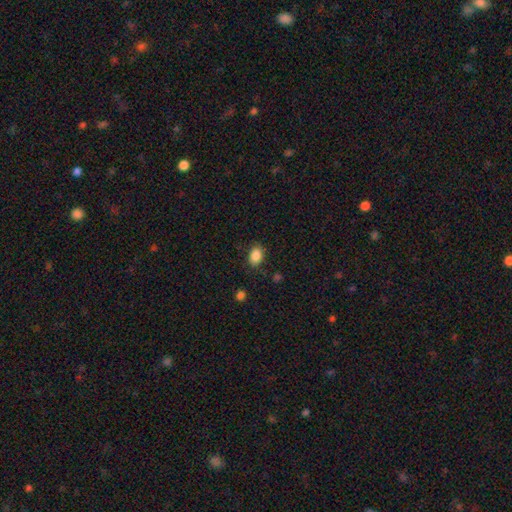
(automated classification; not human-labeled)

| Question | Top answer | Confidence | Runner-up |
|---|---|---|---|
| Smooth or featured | smooth | 87% | star or artifact (9%) |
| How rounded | in between | 76% | round (23%) |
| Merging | none | 84% | minor disturbance (12%) |